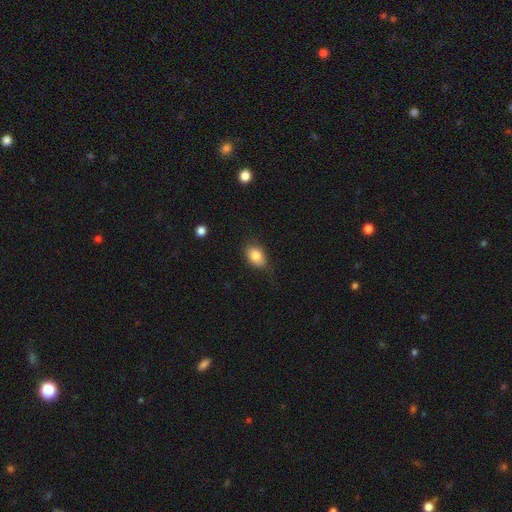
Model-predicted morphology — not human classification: Smooth or featured?
  - smooth: 82% *
  - featured or disk: 9%
  - star or artifact: 8%
How rounded?
  - in between: 76% *
  - round: 22%
  - cigar-shaped: 1%
Merging?
  - none: 69% *
  - minor disturbance: 23%
  - major disturbance: 6%
  - merger: 1%